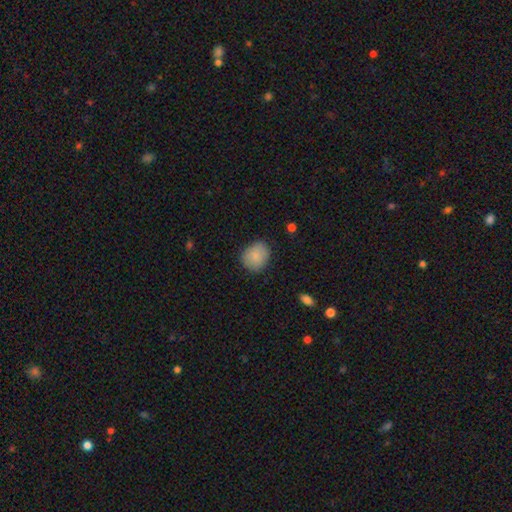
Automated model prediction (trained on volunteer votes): The model was most divided on "how rounded": round: 64%, in between: 35%, cigar-shaped: 1%. More confident: smooth or featured — smooth (85%); merging — none (79%).